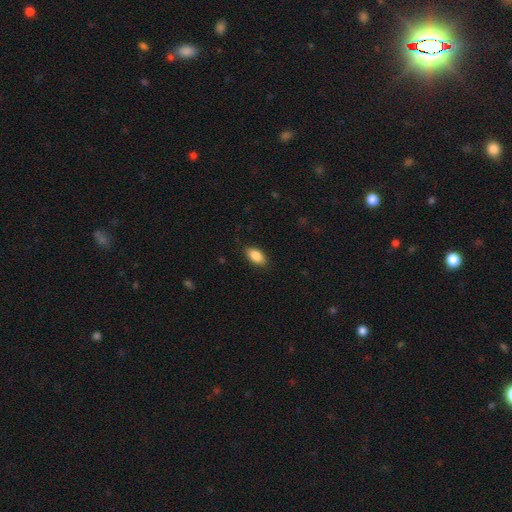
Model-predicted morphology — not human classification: A smooth galaxy with no disk features (89%) that is in between round and cigar-shaped (92%).

Vote fractions:
- Smooth or featured? smooth: 89% / star or artifact: 7% / featured or disk: 4%
- How rounded? in between: 92% / cigar-shaped: 5% / round: 3%
- Merging? none: 88% / minor disturbance: 9% / major disturbance: 2% / merger: 1%